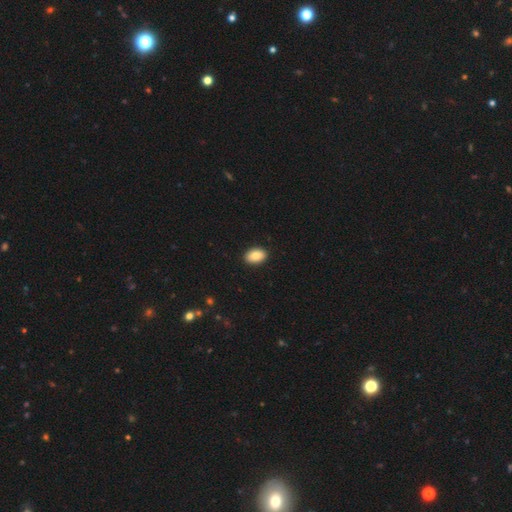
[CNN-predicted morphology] Overall: smooth (87%). How rounded: in between (90%). Merging: none (91%).